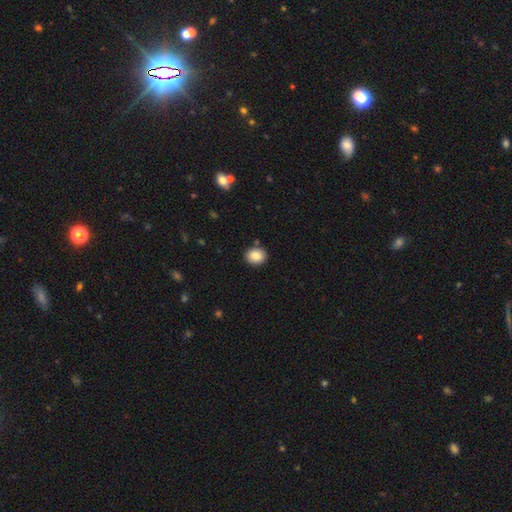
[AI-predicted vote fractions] A smooth galaxy with no disk features (86%) that is round (68%).

Vote fractions:
- Smooth or featured? smooth: 86% / star or artifact: 9% / featured or disk: 6%
- How rounded? round: 68% / in between: 31% / cigar-shaped: 1%
- Merging? none: 87% / minor disturbance: 8% / merger: 3% / major disturbance: 2%